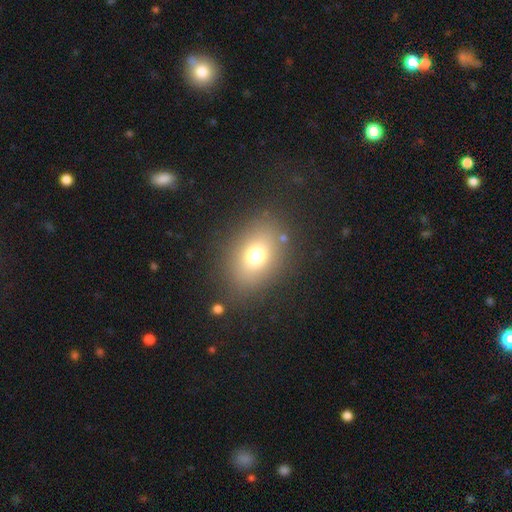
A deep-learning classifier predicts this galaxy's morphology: This appears to be a smooth galaxy with no disk features (72%) that is in between round and cigar-shaped (67%). Merging: none (82%).